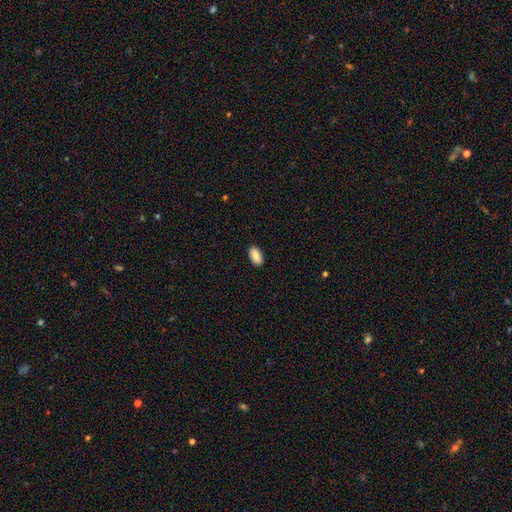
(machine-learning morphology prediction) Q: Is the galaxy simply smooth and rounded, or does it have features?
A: smooth — 87%.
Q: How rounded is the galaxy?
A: in between — 94%.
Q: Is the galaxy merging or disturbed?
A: none — 90%.